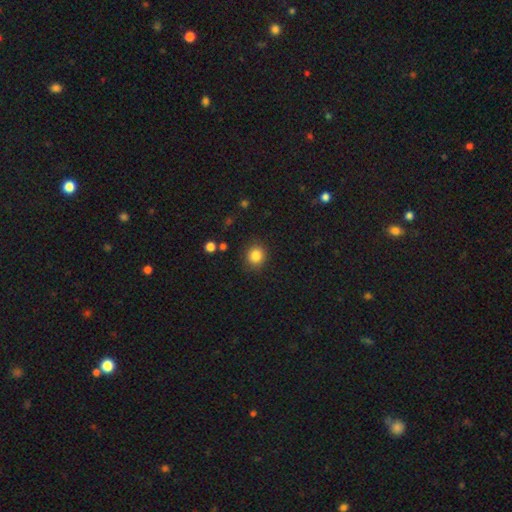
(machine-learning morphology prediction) Smooth or featured? smooth (84%)
How rounded? round (83%)
Merging? none (88%)